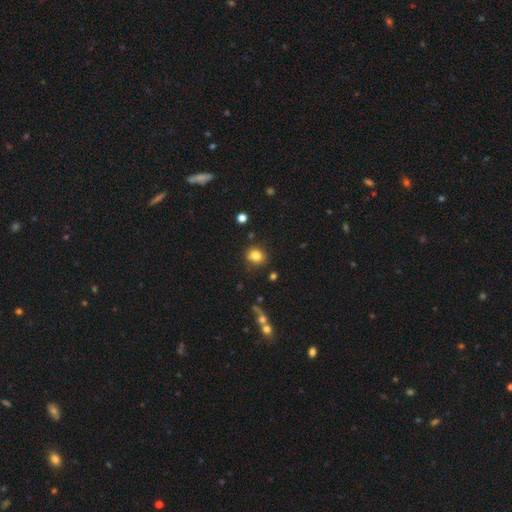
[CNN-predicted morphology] Smooth or featured?
  - smooth: 81% *
  - star or artifact: 11%
  - featured or disk: 8%
How rounded?
  - round: 68% *
  - in between: 31%
  - cigar-shaped: 1%
Merging?
  - none: 80% *
  - minor disturbance: 13%
  - merger: 4%
  - major disturbance: 3%